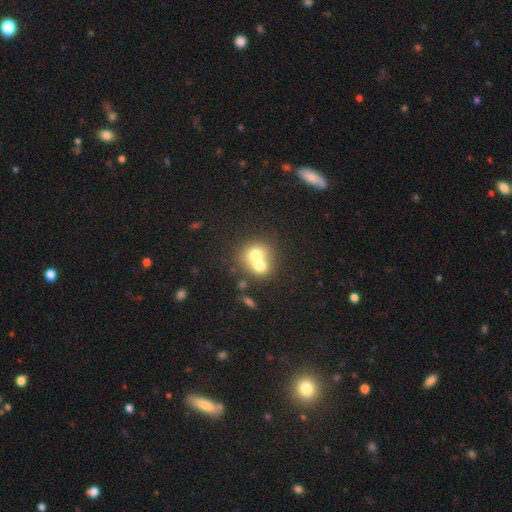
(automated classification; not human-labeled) Overall: smooth (68%). How rounded: round (74%). Merging: merger (66%; none 26%).